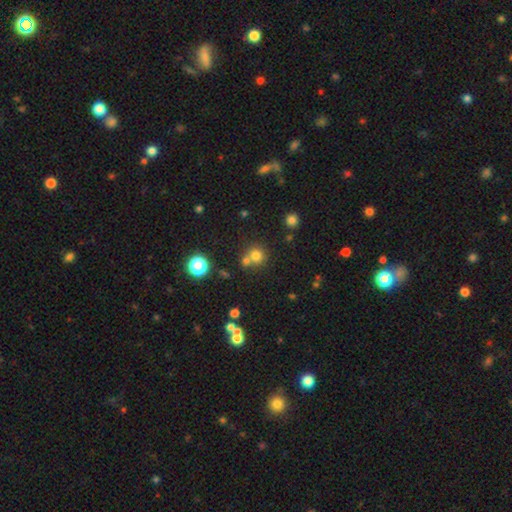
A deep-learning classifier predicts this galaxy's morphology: Q: Smooth or featured?
A: smooth (72%); runner-up: star or artifact (19%)
Q: How rounded?
A: round (89%); runner-up: in between (10%)
Q: Merging?
A: none (55%); runner-up: merger (35%)